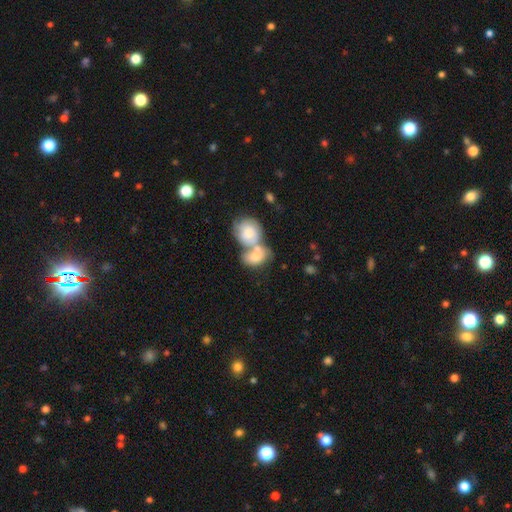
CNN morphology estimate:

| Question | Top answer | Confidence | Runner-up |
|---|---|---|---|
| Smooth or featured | smooth | 71% | featured or disk (23%) |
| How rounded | in between | 68% | round (30%) |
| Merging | merger | 70% | none (17%) |